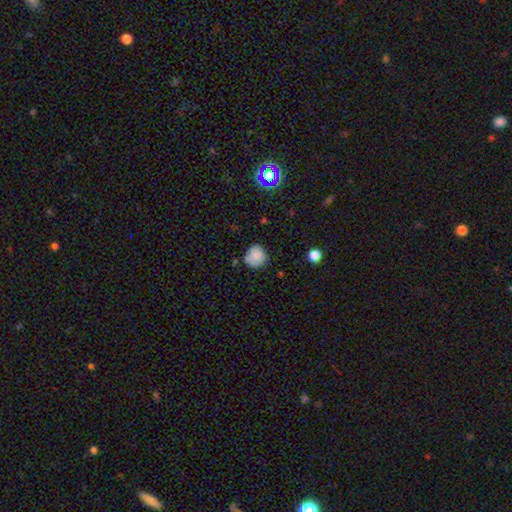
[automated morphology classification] A smooth galaxy with no disk features (84%) that is round (85%). Merging: none (70%).